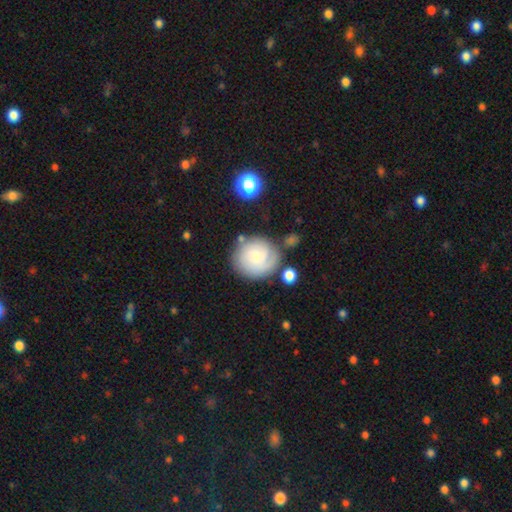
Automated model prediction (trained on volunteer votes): This appears to be a featured or disk galaxy (49%). Merging: none (69%).